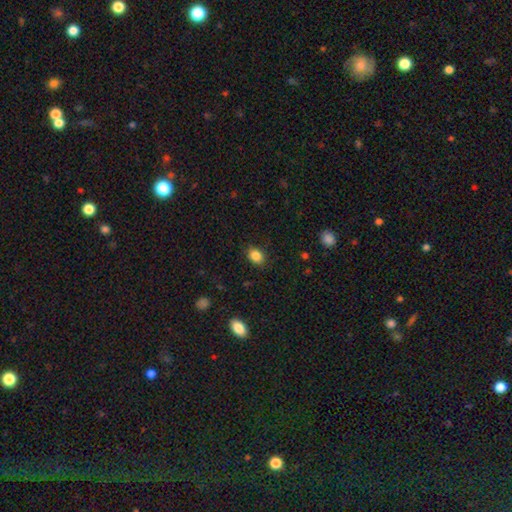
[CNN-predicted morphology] smooth-or-featured: smooth: 86% | star or artifact: 10% | featured or disk: 5%
  how-rounded: in between: 66% | round: 32% | cigar-shaped: 1%
  merging: none: 86% | minor disturbance: 10% | major disturbance: 3% | merger: 1%